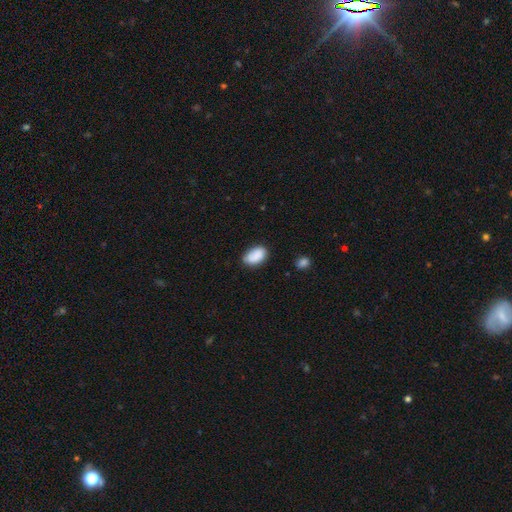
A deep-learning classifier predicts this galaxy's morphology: Smooth or featured?
  - smooth: 87% *
  - star or artifact: 7%
  - featured or disk: 5%
How rounded?
  - in between: 92% *
  - round: 7%
  - cigar-shaped: 1%
Merging?
  - none: 75% *
  - minor disturbance: 19%
  - major disturbance: 4%
  - merger: 3%